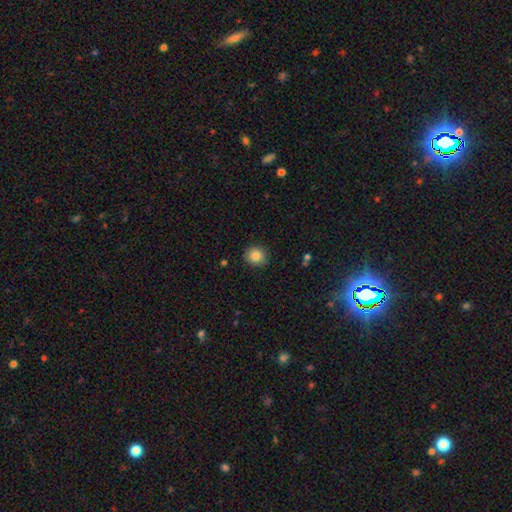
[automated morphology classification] This appears to be a smooth galaxy with no disk features (85%) that is round (87%). Merging: none (90%).